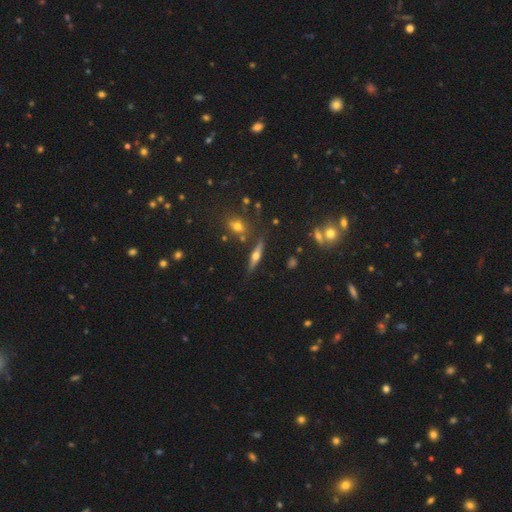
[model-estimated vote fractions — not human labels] A featured or disk galaxy (65%) viewed edge-on (95%) with a rounded central bulge (93%). Merging: none (82%).